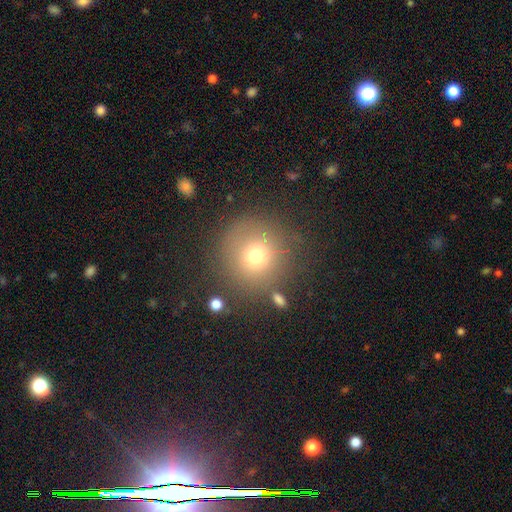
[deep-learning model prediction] Overall: smooth (71%). How rounded: round (94%). Merging: none (80%).